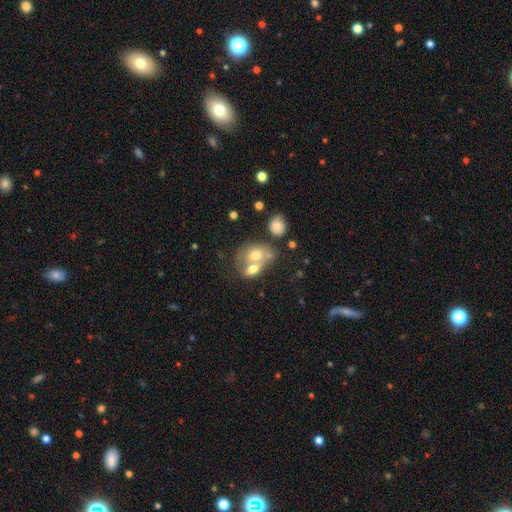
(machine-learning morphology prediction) A smooth galaxy with no disk features (59%) that is in between round and cigar-shaped (58%).

Vote fractions:
- Smooth or featured? smooth: 59% / featured or disk: 30% / star or artifact: 10%
- How rounded? in between: 58% / round: 40% / cigar-shaped: 1%
- Merging? merger: 67% / none: 19% / minor disturbance: 8% / major disturbance: 6%